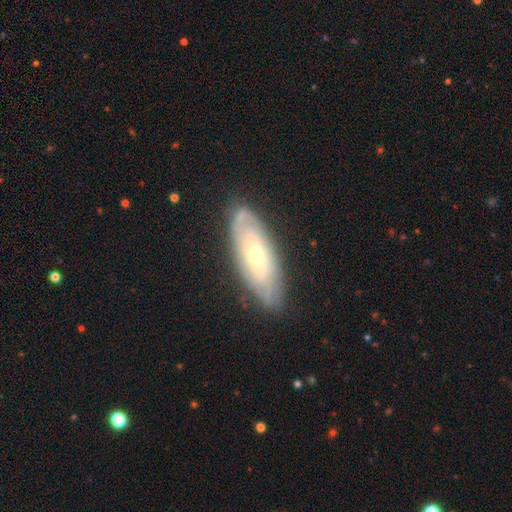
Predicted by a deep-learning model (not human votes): featured or disk 66%, smooth 28%, star or artifact 7%. Down the decision tree: edge-on disk — no (81%); bar — no (59%); spiral arms — yes (80%); bulge size — small (49%); merging — none (81%).